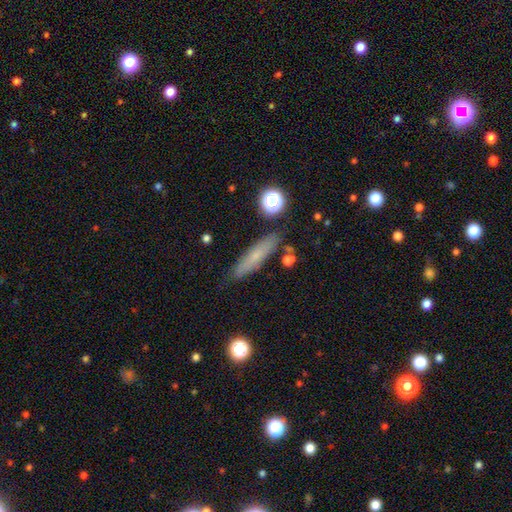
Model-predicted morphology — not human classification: Q: Smooth or featured?
A: smooth (64%); runner-up: featured or disk (27%)
Q: How rounded?
A: cigar-shaped (79%); runner-up: in between (18%)
Q: Merging?
A: none (83%); runner-up: minor disturbance (12%)